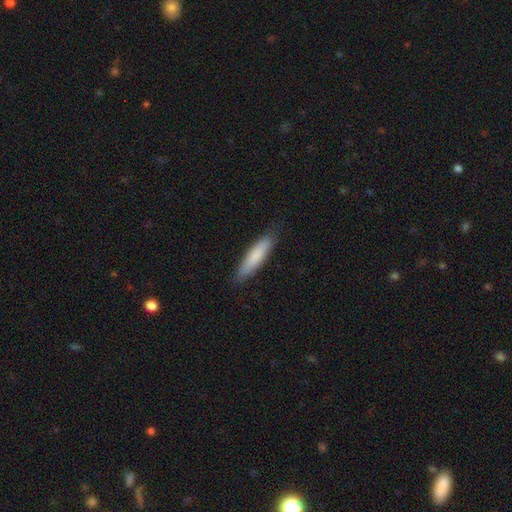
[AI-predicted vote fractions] This appears to be a smooth galaxy with no disk features (81%) that is cigar-shaped (79%). Merging: none (86%).